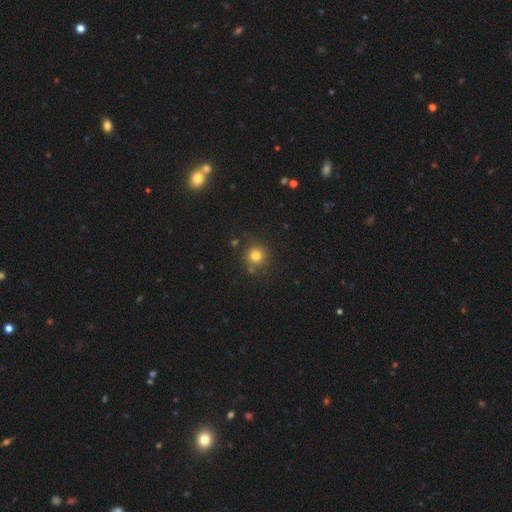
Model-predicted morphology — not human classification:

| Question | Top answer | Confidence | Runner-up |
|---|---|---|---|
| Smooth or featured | smooth | 79% | star or artifact (14%) |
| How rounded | round | 93% | in between (6%) |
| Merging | none | 81% | minor disturbance (10%) |